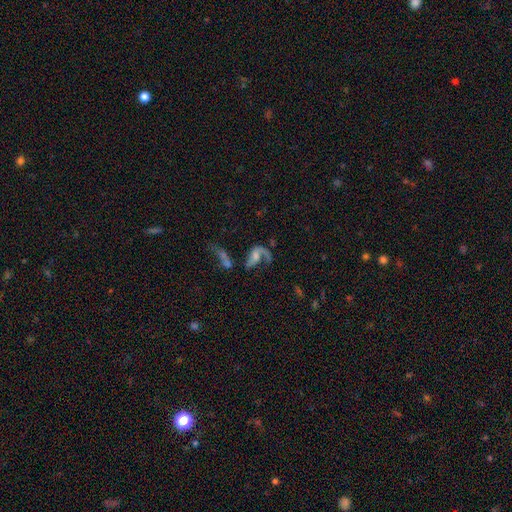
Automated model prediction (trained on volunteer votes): A featured or disk galaxy (70%) with no bar (58%), 1 (48%) loose (73%) spiral arms (82%) and a moderate central bulge (34%). Merging: major disturbance (35%).